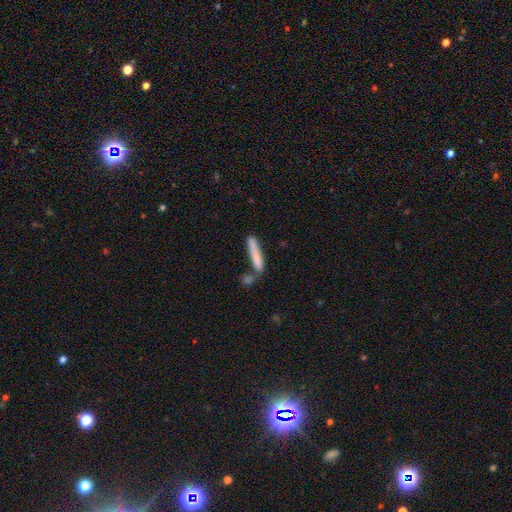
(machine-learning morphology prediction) Smooth or featured? smooth (76%)
How rounded? cigar-shaped (91%)
Merging? none (62%)